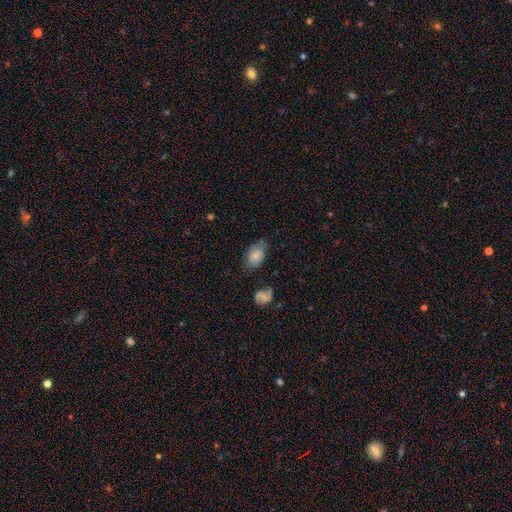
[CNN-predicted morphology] This appears to be a smooth galaxy with no disk features (73%) that is in between round and cigar-shaped (85%). Merging: none (56%).